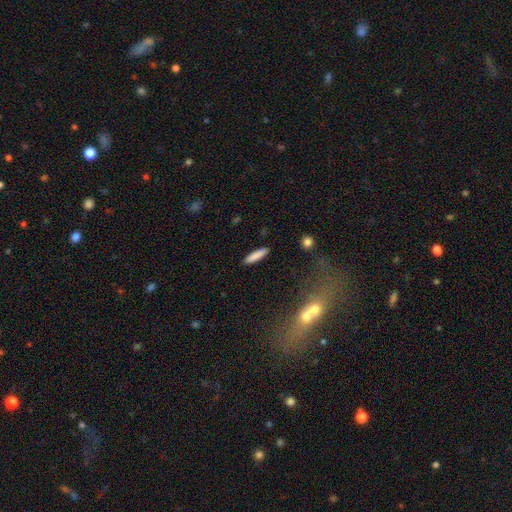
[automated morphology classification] A smooth galaxy with no disk features (83%) that is cigar-shaped (79%).

Vote fractions:
- Smooth or featured? smooth: 83% / featured or disk: 10% / star or artifact: 7%
- How rounded? cigar-shaped: 79% / in between: 20% / round: 1%
- Merging? none: 89% / minor disturbance: 8% / major disturbance: 2% / merger: 2%